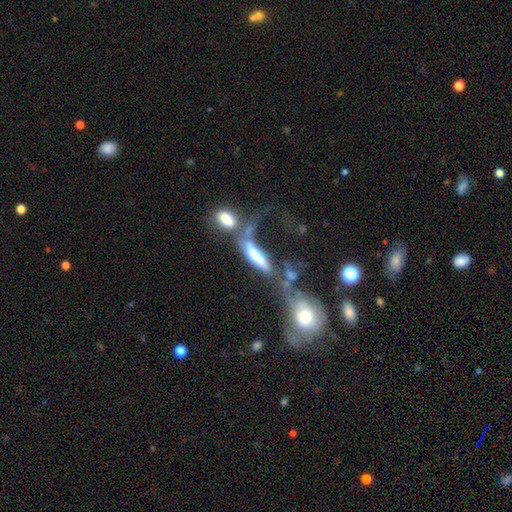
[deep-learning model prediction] Overall: featured or disk (54%; smooth 35%). Edge-on disk: yes (60%; no 40%). Merging: merger (52%; none 20%).